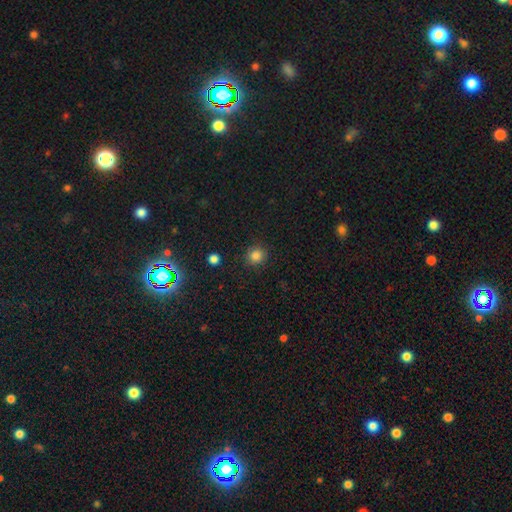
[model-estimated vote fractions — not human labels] Morphology: type=smooth (84%); roundness=round (91%); merging=none (89%).